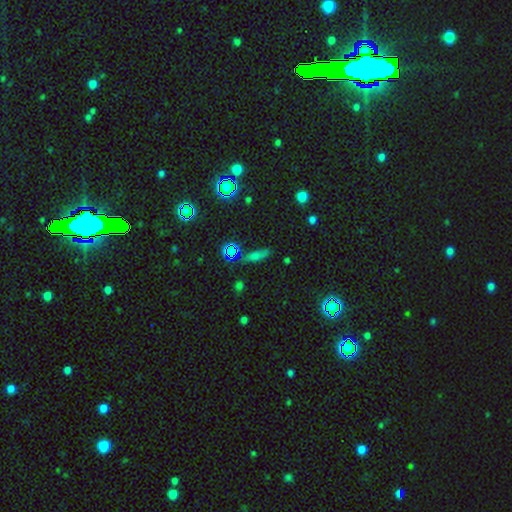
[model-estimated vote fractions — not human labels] Smooth or featured? smooth (58%)
How rounded? cigar-shaped (61%)
Merging? none (74%)